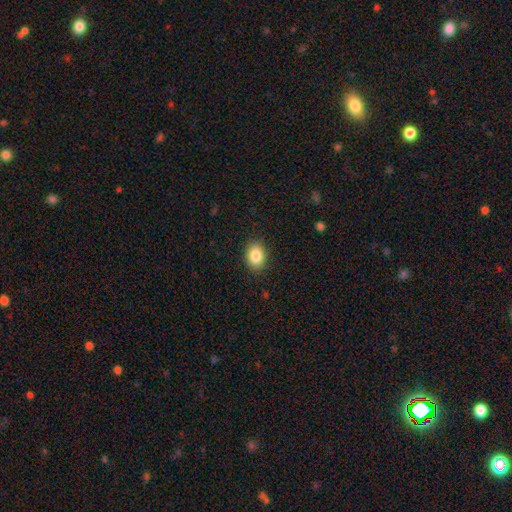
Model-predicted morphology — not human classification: The model was most divided on "how rounded": in between: 62%, round: 37%, cigar-shaped: 1%. More confident: merging — none (88%); smooth or featured — smooth (85%).